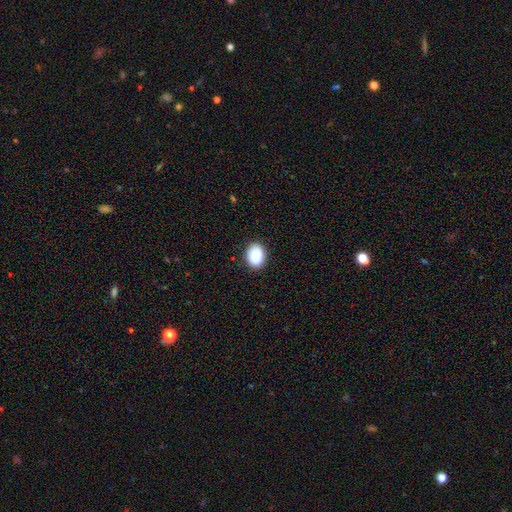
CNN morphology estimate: smooth-or-featured: smooth: 89% | star or artifact: 8% | featured or disk: 3%
  how-rounded: in between: 65% | round: 34% | cigar-shaped: 1%
  merging: none: 89% | minor disturbance: 8% | major disturbance: 2% | merger: 1%